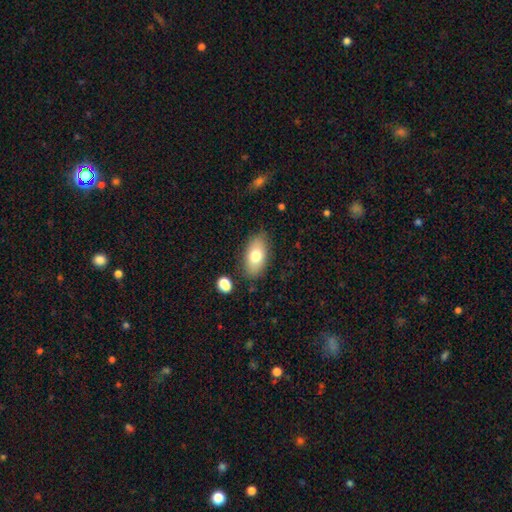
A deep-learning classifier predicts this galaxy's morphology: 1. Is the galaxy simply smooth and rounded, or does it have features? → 75% smooth, 18% featured or disk, 7% star or artifact.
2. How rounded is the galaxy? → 92% in between, 5% round, 3% cigar-shaped.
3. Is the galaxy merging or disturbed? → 82% none, 13% minor disturbance, 3% major disturbance, 2% merger.